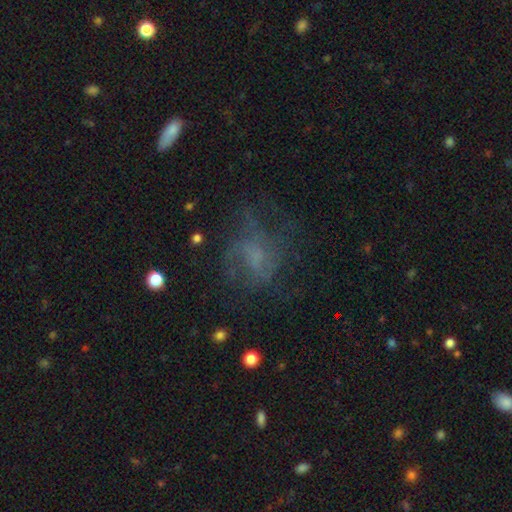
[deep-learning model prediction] Overall: featured or disk (47%; smooth 32%). Merging: none (52%; major disturbance 26%).